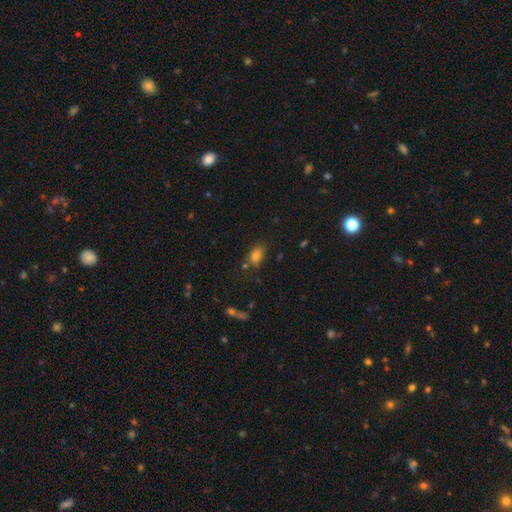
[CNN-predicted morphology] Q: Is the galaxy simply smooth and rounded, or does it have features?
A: smooth — 80%.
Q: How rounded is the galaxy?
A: in between — 82%.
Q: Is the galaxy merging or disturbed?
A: none — 70%.